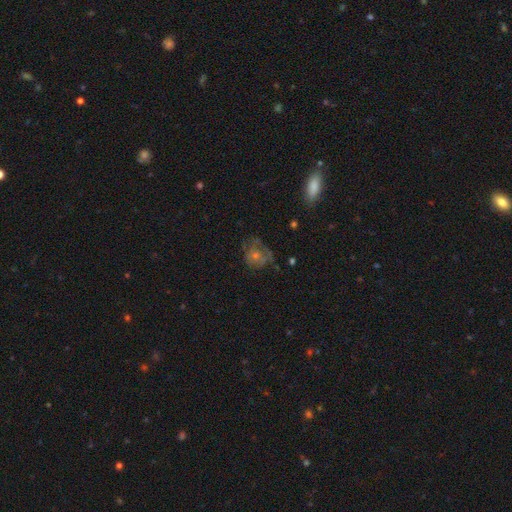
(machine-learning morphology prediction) Q: Smooth or featured?
A: featured or disk (42%); runner-up: smooth (38%)
Q: Merging?
A: none (57%); runner-up: minor disturbance (22%)